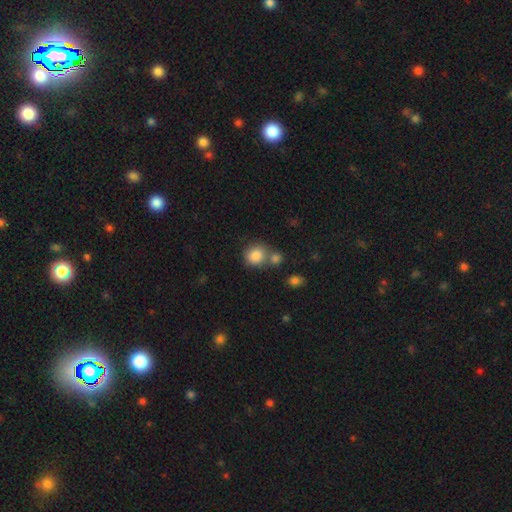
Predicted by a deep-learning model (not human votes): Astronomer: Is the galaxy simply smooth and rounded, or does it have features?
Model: smooth — 85%.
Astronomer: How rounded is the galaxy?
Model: round — 80%.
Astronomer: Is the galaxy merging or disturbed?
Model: none — 54% (runner-up: merger, 31%).